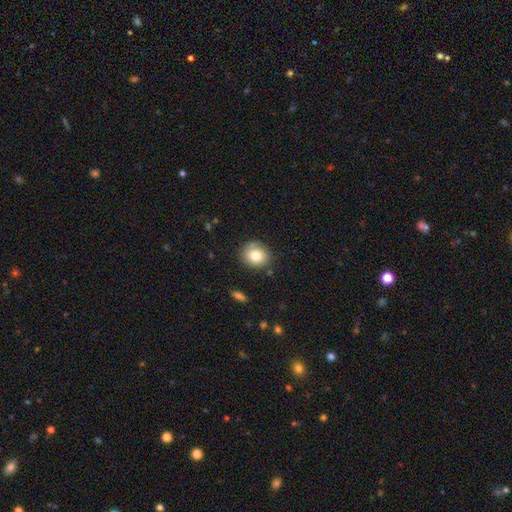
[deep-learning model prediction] Smooth or featured: smooth — 79% (featured or disk — 12%)
How rounded: round — 75% (in between — 24%)
Merging: none — 78% (minor disturbance — 16%)